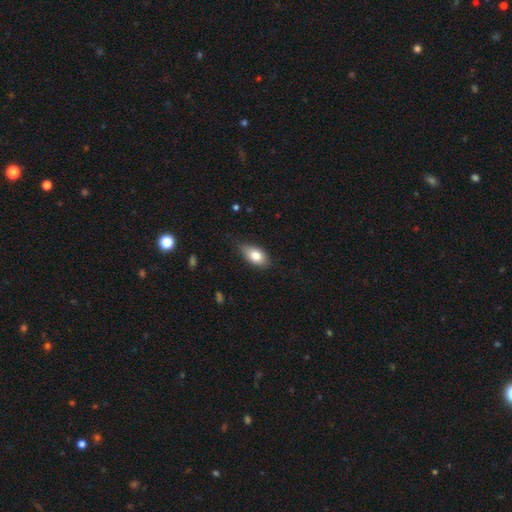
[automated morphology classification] This is likely a smooth galaxy (79%). How rounded: clearly in between (89%). Merging: likely none (72%).